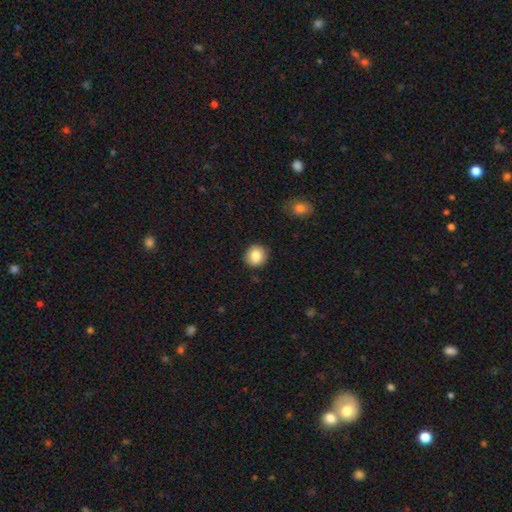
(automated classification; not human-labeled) Smooth or featured? smooth (85%)
How rounded? round (90%)
Merging? none (90%)